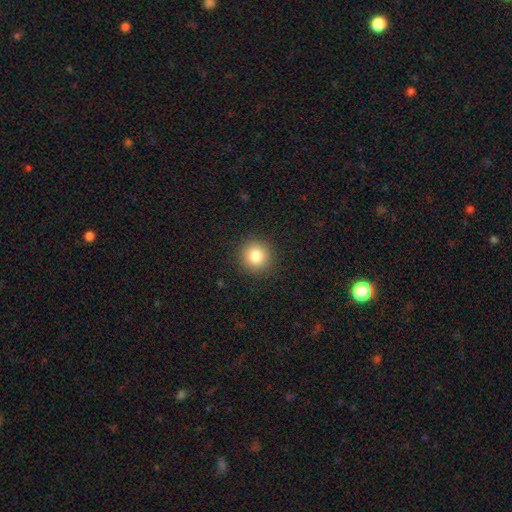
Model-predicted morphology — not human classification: smooth 83%, star or artifact 11%, featured or disk 6%. Down the decision tree: how rounded — round (93%); merging — none (91%).